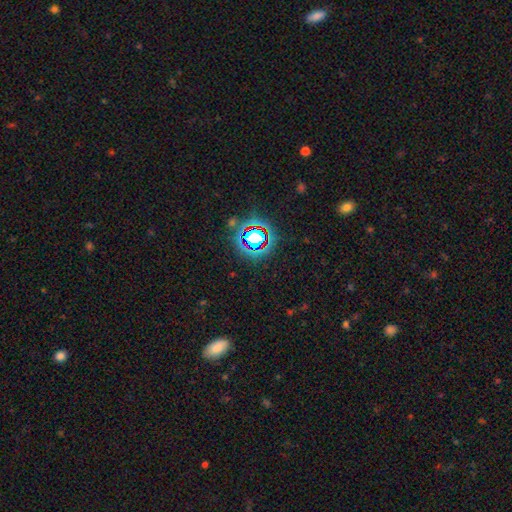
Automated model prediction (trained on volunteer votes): The model was most divided on "smooth or featured": star or artifact: 75%, smooth: 16%, featured or disk: 9%.